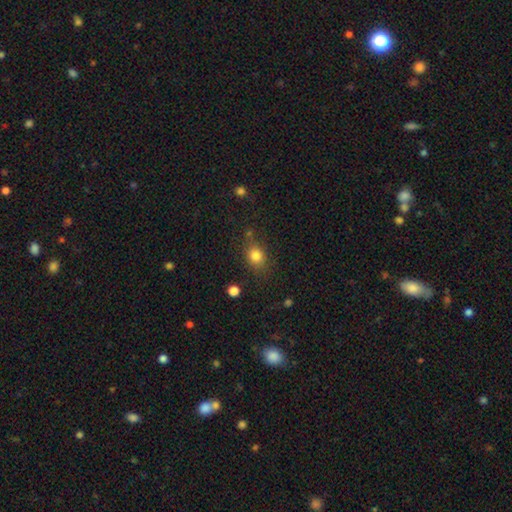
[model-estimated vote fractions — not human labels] Overall: smooth (82%). How rounded: round (60%; in between 39%). Merging: none (74%).